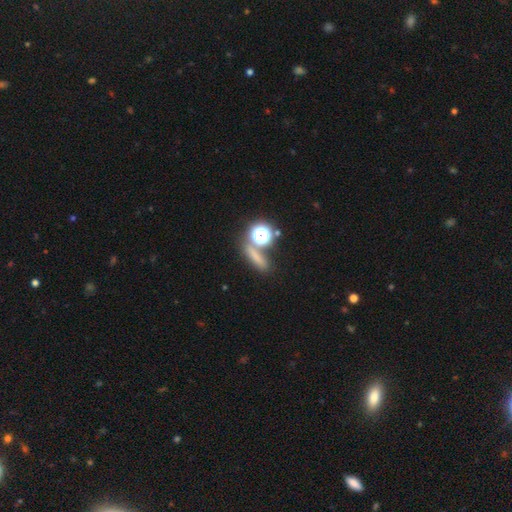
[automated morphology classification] smooth-or-featured: smooth: 61% | star or artifact: 26% | featured or disk: 13%
  how-rounded: cigar-shaped: 42% | round: 34% | in between: 24%
  merging: none: 67% | merger: 15% | minor disturbance: 12% | major disturbance: 7%